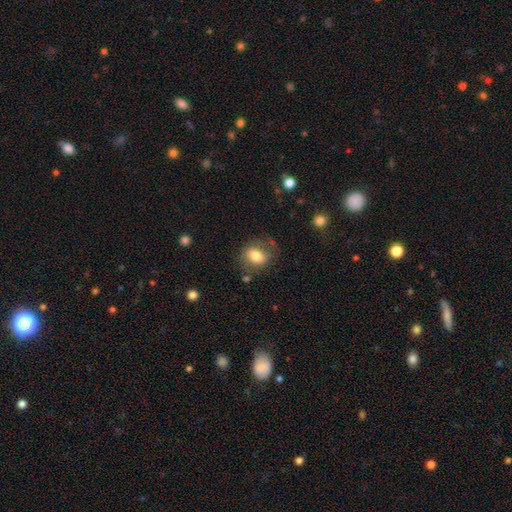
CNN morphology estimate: type=smooth (75%); roundness=in between (52%); merging=none (70%).